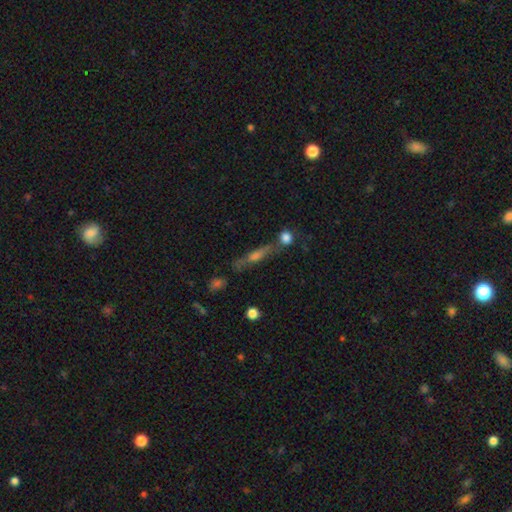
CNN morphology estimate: Smooth or featured?
  - featured or disk: 50% *
  - smooth: 34%
  - star or artifact: 16%
Merging?
  - none: 61% *
  - merger: 17%
  - minor disturbance: 15%
  - major disturbance: 8%